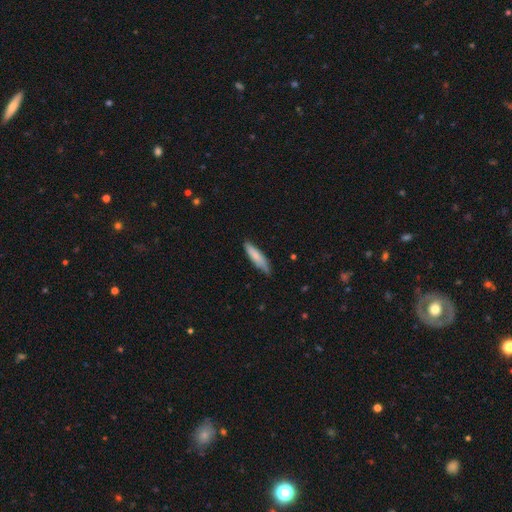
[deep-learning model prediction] Overall: smooth (77%). How rounded: cigar-shaped (76%). Merging: none (71%).